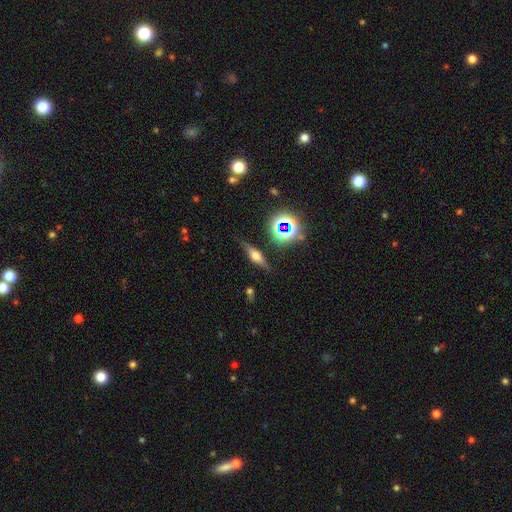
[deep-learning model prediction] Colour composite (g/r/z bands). It shows a featured or disk galaxy (54%) viewed edge-on (91%). Merging: none (80%).